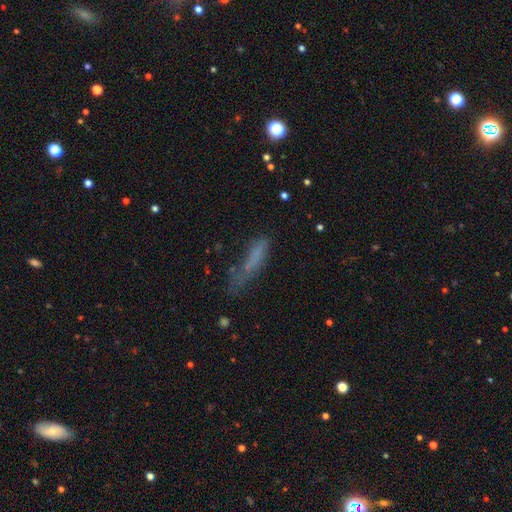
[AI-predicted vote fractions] Q: Smooth or featured?
A: smooth (66%); runner-up: featured or disk (21%)
Q: How rounded?
A: cigar-shaped (77%); runner-up: in between (22%)
Q: Merging?
A: none (41%); runner-up: minor disturbance (29%)